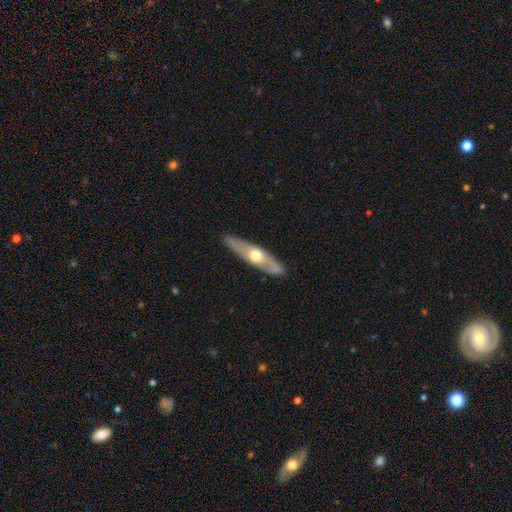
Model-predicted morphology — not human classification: A featured or disk galaxy (59%) viewed edge-on (73%). Merging: none (89%).